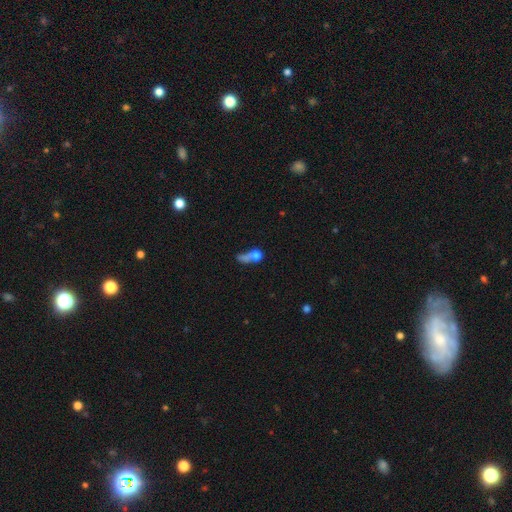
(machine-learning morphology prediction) Smooth or featured: smooth — 63% (featured or disk — 22%)
How rounded: round — 53% (in between — 34%)
Merging: merger — 33% (major disturbance — 28%)